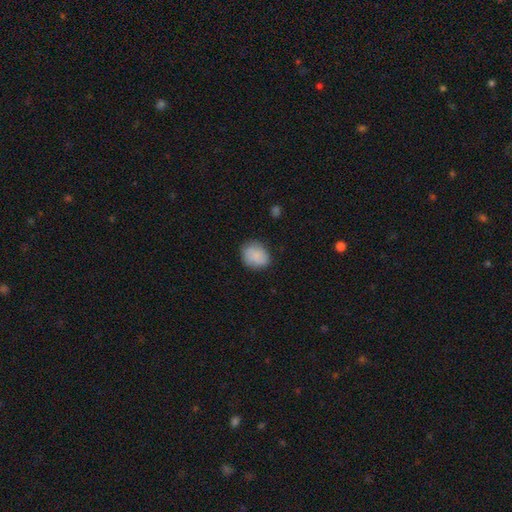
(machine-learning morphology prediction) type=smooth (85%); roundness=round (56%); merging=none (77%).